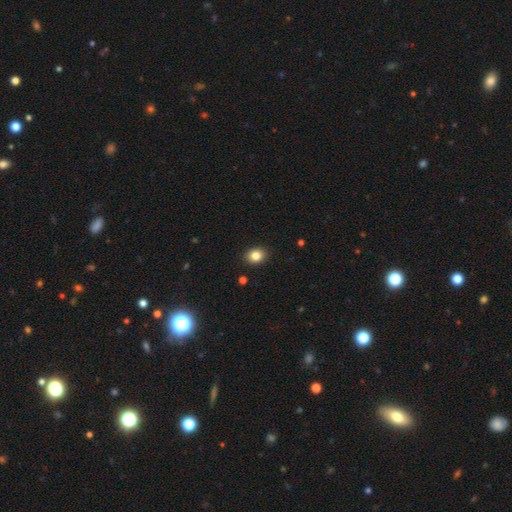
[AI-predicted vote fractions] smooth_or_featured: smooth (p=0.84) [alt: star or artifact p=0.10]
how_rounded: in between (p=0.58) [alt: round p=0.41]
merging: none (p=0.89) [alt: minor disturbance p=0.07]